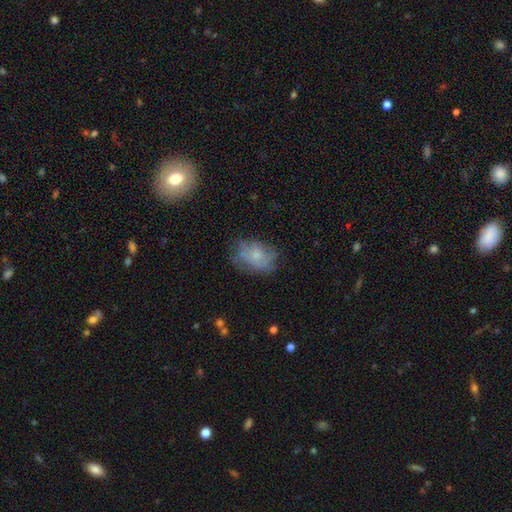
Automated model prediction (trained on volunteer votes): Overall: smooth (54%; featured or disk 37%). How rounded: in between (76%). Merging: none (58%; minor disturbance 27%).